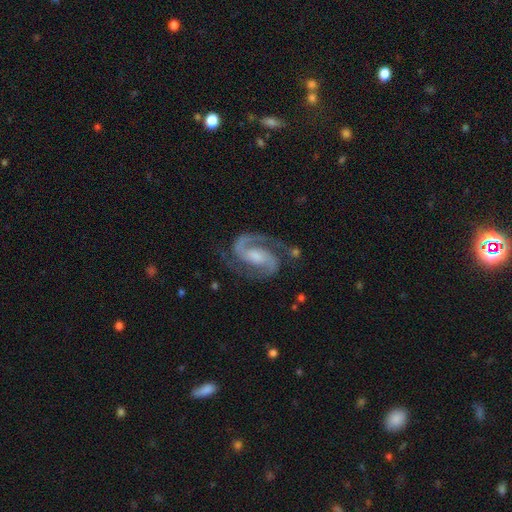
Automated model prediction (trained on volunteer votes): Smooth or featured?
  - featured or disk: 93% *
  - star or artifact: 4%
  - smooth: 3%
Edge-on disk?
  - no: 98% *
  - yes: 2%
Bar?
  - weak: 43% *
  - no: 33%
  - strong: 23%
Spiral arms?
  - yes: 99% *
  - no: 1%
Spiral winding?
  - medium: 61% *
  - tight: 27%
  - loose: 12%
Spiral arm count?
  - 2: 93% *
  - 1: 2%
  - can't tell: 2%
  - 3: 1%
  - 4: 1%
  - more than 4: 1%
Bulge size?
  - moderate: 40% *
  - small: 36%
  - none: 14%
  - large: 8%
  - dominant: 1%
Merging?
  - none: 75% *
  - minor disturbance: 16%
  - major disturbance: 8%
  - merger: 2%